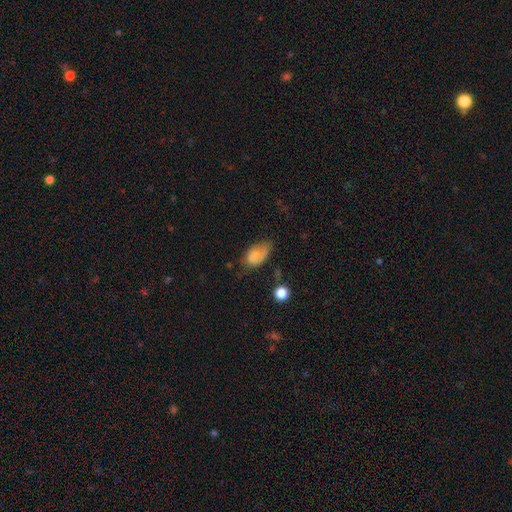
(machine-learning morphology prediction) smooth_or_featured: smooth (p=0.63) [alt: featured or disk p=0.27]
how_rounded: in between (p=0.89) [alt: round p=0.09]
merging: none (p=0.42) [alt: minor disturbance p=0.34]